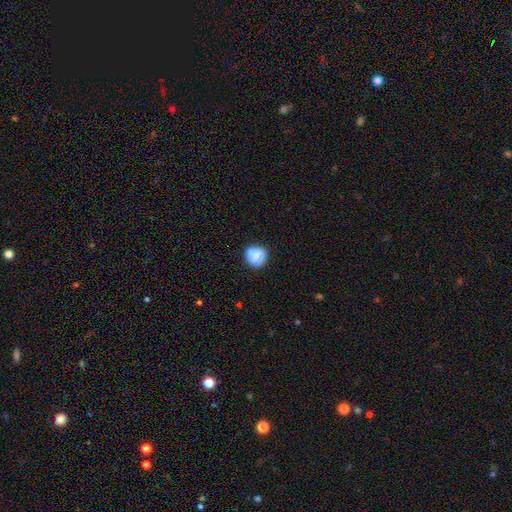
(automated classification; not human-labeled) Smooth or featured?
  - smooth: 81% *
  - featured or disk: 11%
  - star or artifact: 8%
How rounded?
  - round: 85% *
  - in between: 14%
  - cigar-shaped: 1%
Merging?
  - none: 63% *
  - minor disturbance: 19%
  - merger: 13%
  - major disturbance: 5%